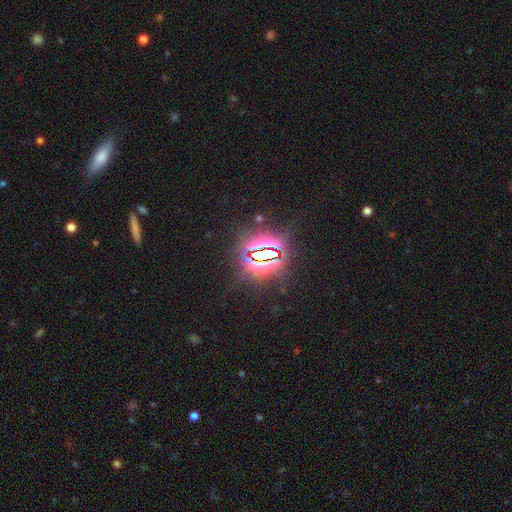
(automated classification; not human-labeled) smooth_or_featured: star or artifact (p=0.83) [alt: smooth p=0.09]